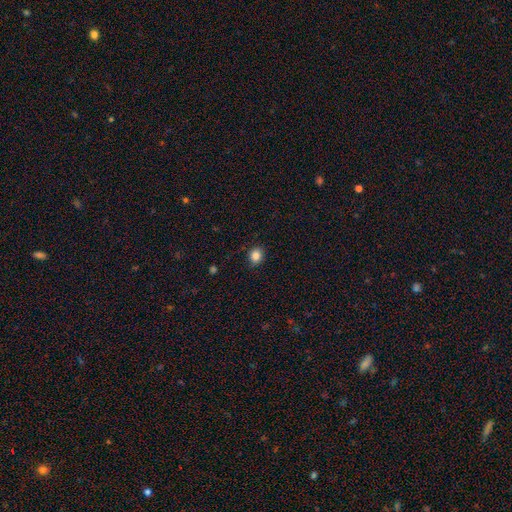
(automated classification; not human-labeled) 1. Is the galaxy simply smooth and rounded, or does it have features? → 85% smooth, 10% star or artifact, 4% featured or disk.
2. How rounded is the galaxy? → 66% round, 33% in between, 1% cigar-shaped.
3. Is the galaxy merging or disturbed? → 88% none, 9% minor disturbance, 2% major disturbance, 1% merger.